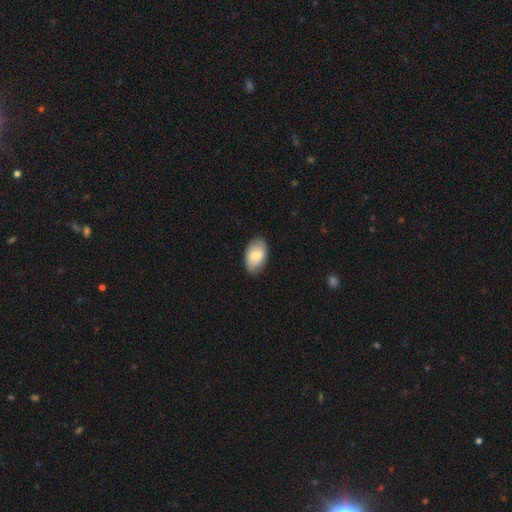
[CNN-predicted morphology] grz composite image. It shows a smooth galaxy with no disk features (72%) that is in between round and cigar-shaped (92%). Merging: none (82%).